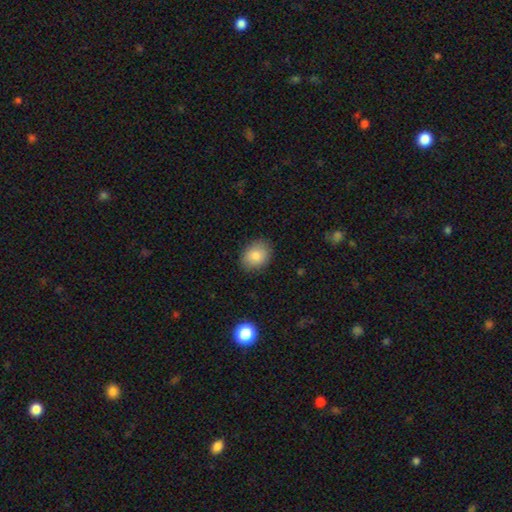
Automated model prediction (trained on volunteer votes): Smooth or featured? Predicted: smooth (p=0.85). How rounded? Predicted: in between (p=0.57). Merging? Predicted: none (p=0.85).